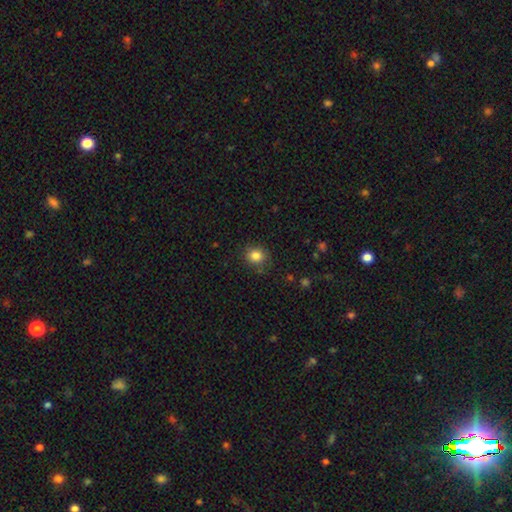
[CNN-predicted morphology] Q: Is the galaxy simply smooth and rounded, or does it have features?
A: smooth — 84%.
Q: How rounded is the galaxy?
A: round — 77%.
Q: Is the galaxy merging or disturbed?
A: none — 83%.